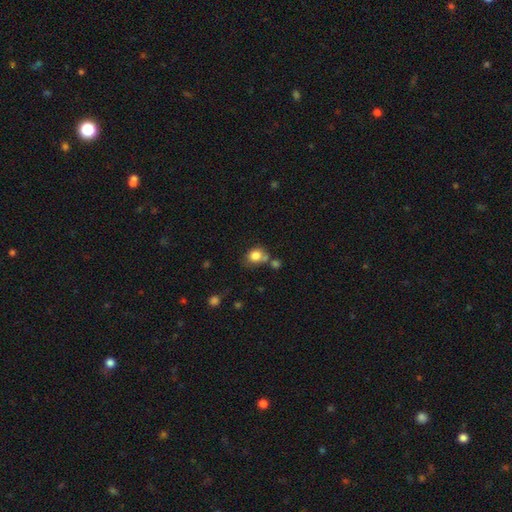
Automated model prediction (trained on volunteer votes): smooth 82%, star or artifact 10%, featured or disk 8%. Down the decision tree: how rounded — round (62%); merging — none (53%).